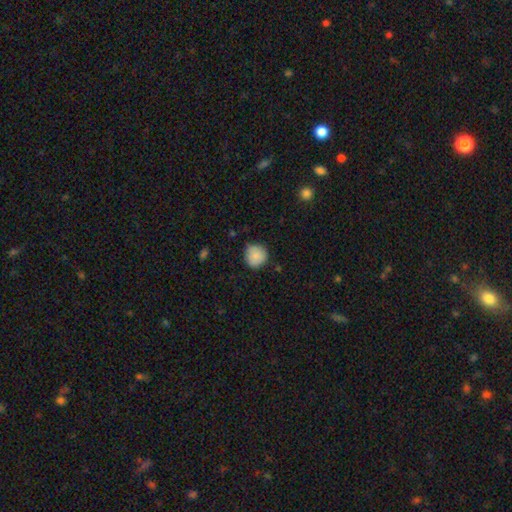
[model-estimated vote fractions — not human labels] Morphology: type=smooth (86%); roundness=round (91%); merging=none (74%).